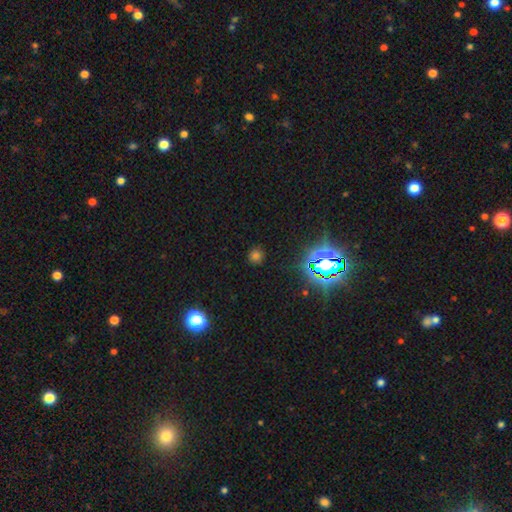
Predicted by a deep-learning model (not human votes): The model was most divided on "smooth or featured": smooth: 63%, star or artifact: 31%, featured or disk: 6%. More confident: how rounded — round (91%); merging — none (88%).